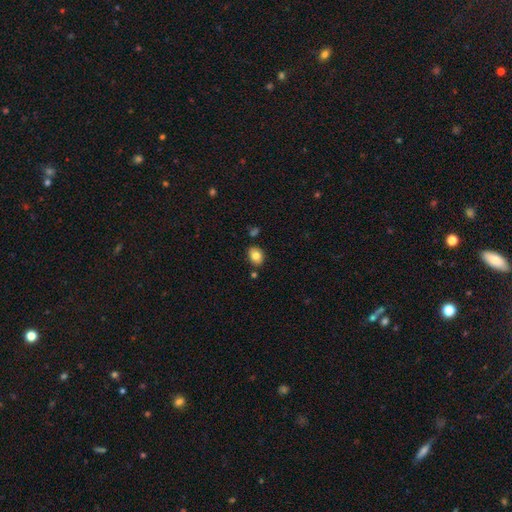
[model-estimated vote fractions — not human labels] Smooth or featured? Predicted: smooth (p=0.80). How rounded? Predicted: in between (p=0.64). Merging? Predicted: none (p=0.82).